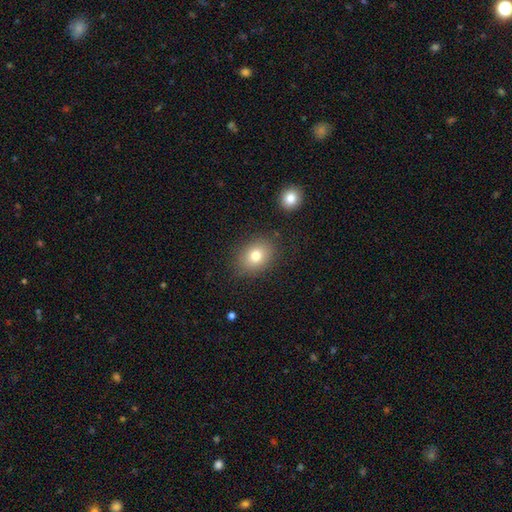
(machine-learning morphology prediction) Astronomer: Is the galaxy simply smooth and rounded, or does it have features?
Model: smooth — 78%.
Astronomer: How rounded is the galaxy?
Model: in between — 56% (runner-up: round, 43%).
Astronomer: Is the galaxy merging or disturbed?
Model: none — 83%.